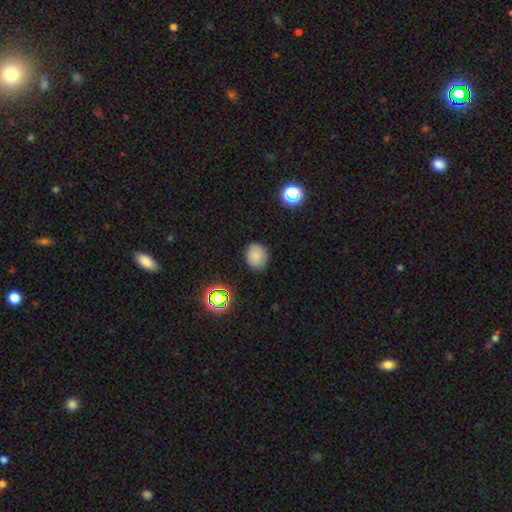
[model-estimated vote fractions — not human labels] Q: Smooth or featured?
A: smooth (80%); runner-up: star or artifact (14%)
Q: How rounded?
A: round (61%); runner-up: in between (38%)
Q: Merging?
A: none (85%); runner-up: minor disturbance (11%)